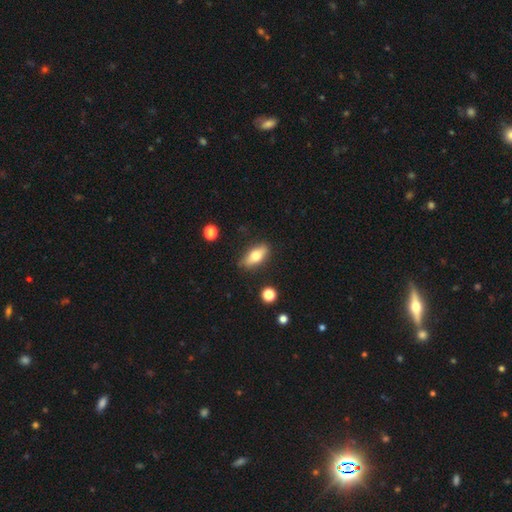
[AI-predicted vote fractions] Smooth or featured? Predicted: smooth (p=0.71). How rounded? Predicted: in between (p=0.77). Merging? Predicted: none (p=0.80).